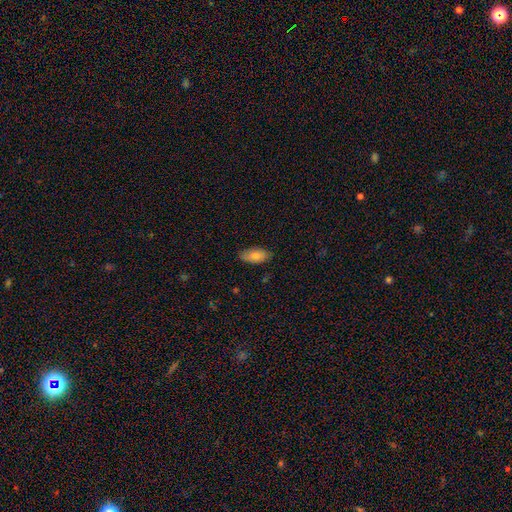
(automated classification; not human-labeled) smooth_or_featured: smooth (p=0.79) [alt: featured or disk p=0.14]
how_rounded: in between (p=0.89) [alt: cigar-shaped p=0.09]
merging: none (p=0.83) [alt: minor disturbance p=0.14]